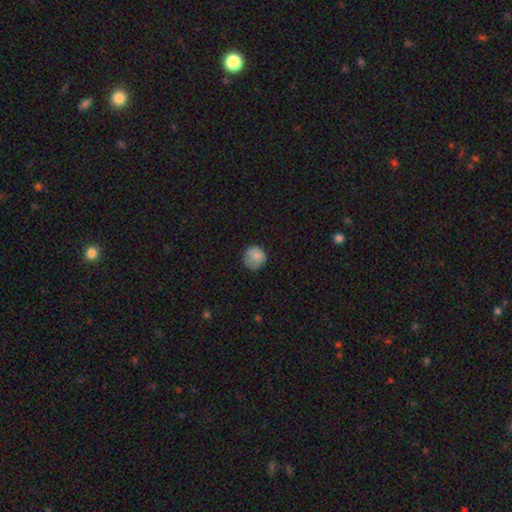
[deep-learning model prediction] A smooth galaxy with no disk features (83%) that is round (87%). Merging: none (67%).